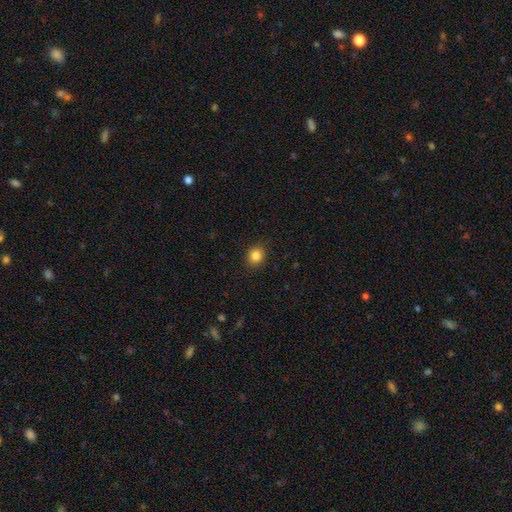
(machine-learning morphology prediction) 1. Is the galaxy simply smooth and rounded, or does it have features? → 84% smooth, 11% star or artifact, 5% featured or disk.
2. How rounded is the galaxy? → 79% round, 20% in between, 1% cigar-shaped.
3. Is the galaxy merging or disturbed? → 89% none, 8% minor disturbance, 2% major disturbance, 1% merger.